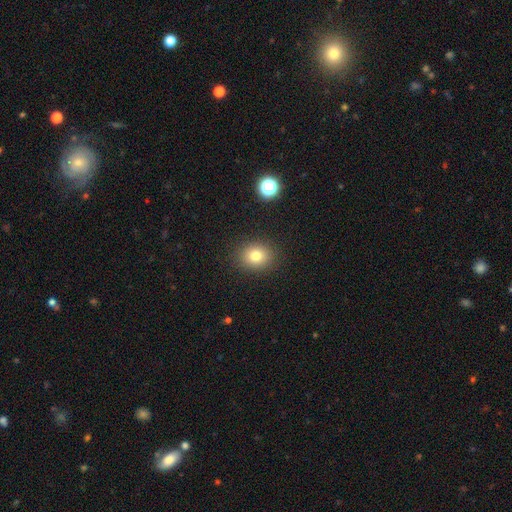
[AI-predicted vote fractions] Overall: smooth (78%). How rounded: round (65%; in between 34%). Merging: none (89%).